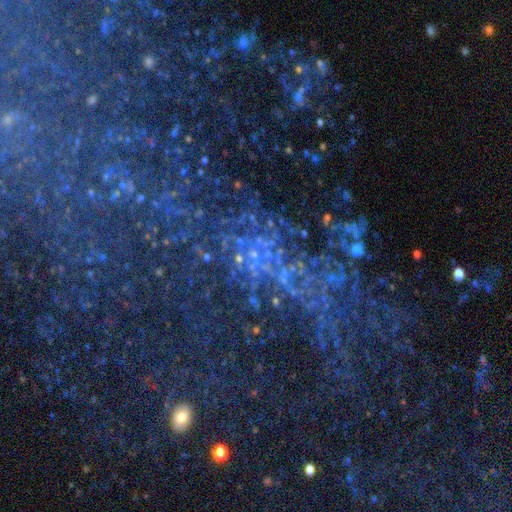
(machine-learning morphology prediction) Smooth or featured: star or artifact — 81% (smooth — 10%)